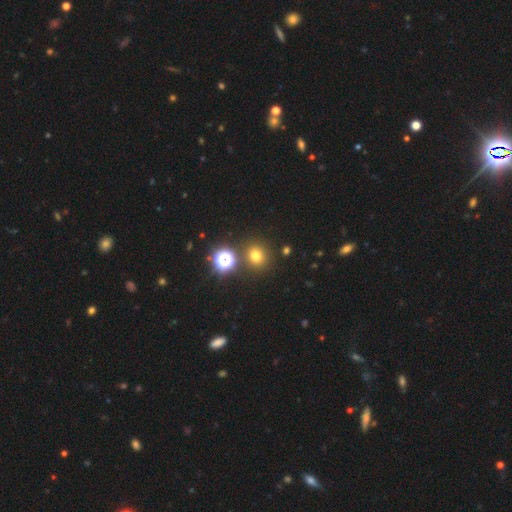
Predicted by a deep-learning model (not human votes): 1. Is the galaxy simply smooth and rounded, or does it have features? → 70% smooth, 24% star or artifact, 6% featured or disk.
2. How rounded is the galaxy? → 86% round, 13% in between, 1% cigar-shaped.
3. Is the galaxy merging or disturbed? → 84% none, 7% minor disturbance, 6% merger, 3% major disturbance.